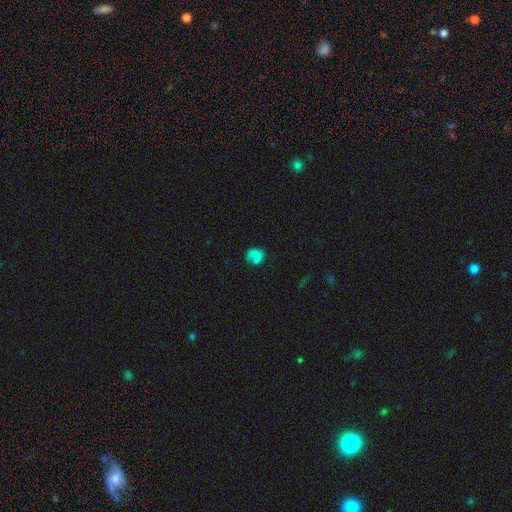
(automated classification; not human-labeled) A smooth galaxy with no disk features (58%) that is round (61%).

Vote fractions:
- Smooth or featured? smooth: 58% / featured or disk: 26% / star or artifact: 16%
- How rounded? round: 61% / in between: 38% / cigar-shaped: 2%
- Merging? none: 47% / minor disturbance: 20% / merger: 16% / major disturbance: 16%